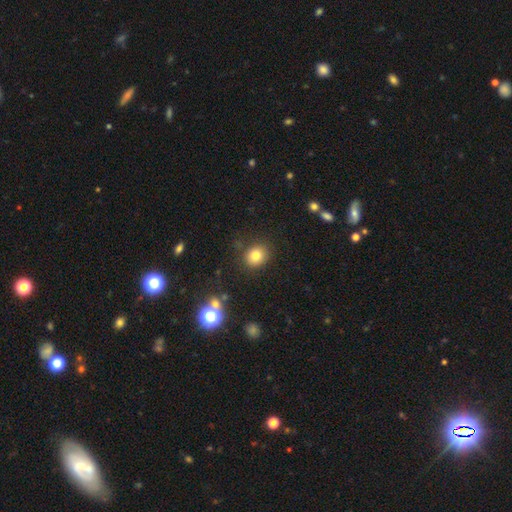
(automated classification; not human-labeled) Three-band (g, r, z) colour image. It shows a smooth galaxy with no disk features (79%) that is round (70%). Merging: none (85%).